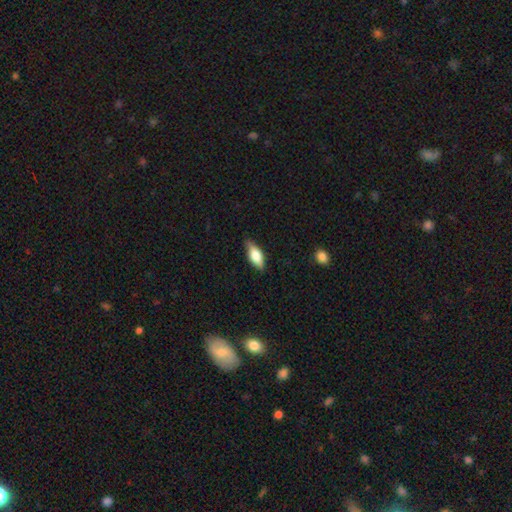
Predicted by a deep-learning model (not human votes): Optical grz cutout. It shows a smooth galaxy with no disk features (66%) that is in between round and cigar-shaped (78%). Merging: none (79%).